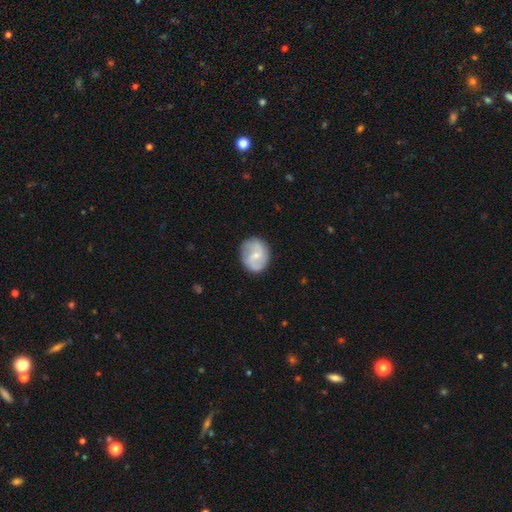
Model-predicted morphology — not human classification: This appears to be a featured or disk galaxy (58%) with a weak bar (48%), spiral arms (84%) and a small central bulge (60%). Merging: none (78%).